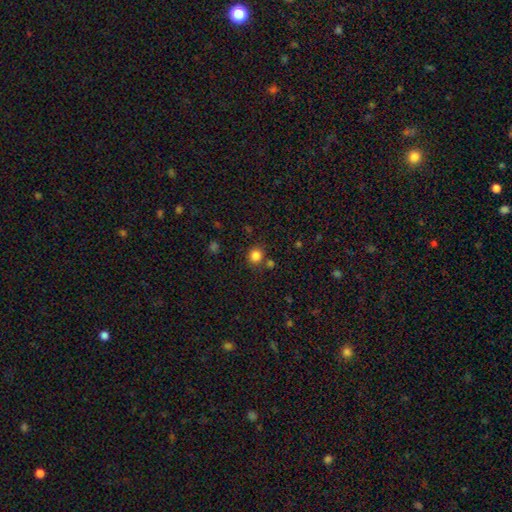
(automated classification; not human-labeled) Smooth or featured? Predicted: smooth (p=0.84). How rounded? Predicted: round (p=0.89). Merging? Predicted: none (p=0.77).